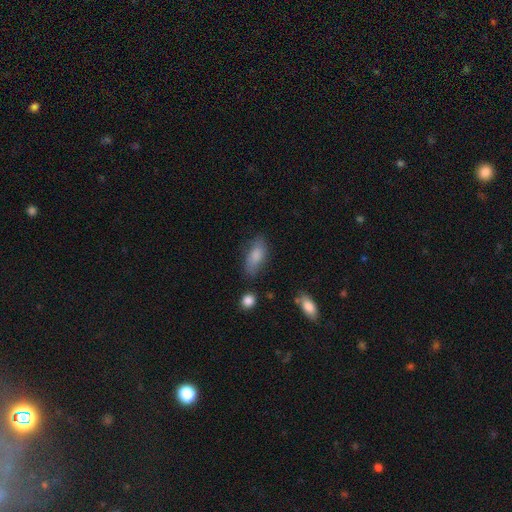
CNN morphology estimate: Smooth or featured?
  - smooth: 80% *
  - featured or disk: 13%
  - star or artifact: 7%
How rounded?
  - in between: 86% *
  - cigar-shaped: 11%
  - round: 3%
Merging?
  - none: 69% *
  - minor disturbance: 22%
  - major disturbance: 6%
  - merger: 3%